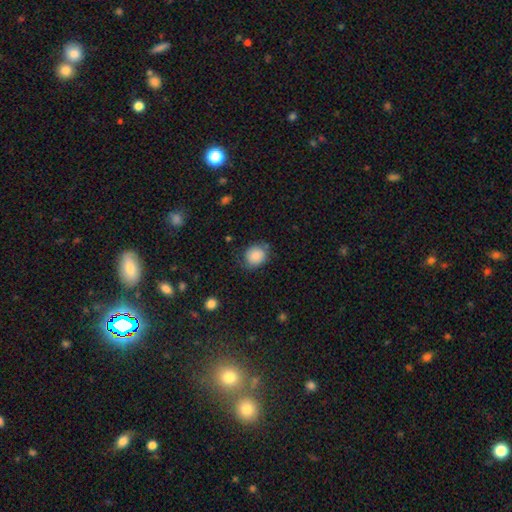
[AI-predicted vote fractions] smooth-or-featured: smooth: 84% | star or artifact: 8% | featured or disk: 8%
  how-rounded: round: 69% | in between: 30% | cigar-shaped: 1%
  merging: none: 69% | minor disturbance: 22% | major disturbance: 7% | merger: 2%